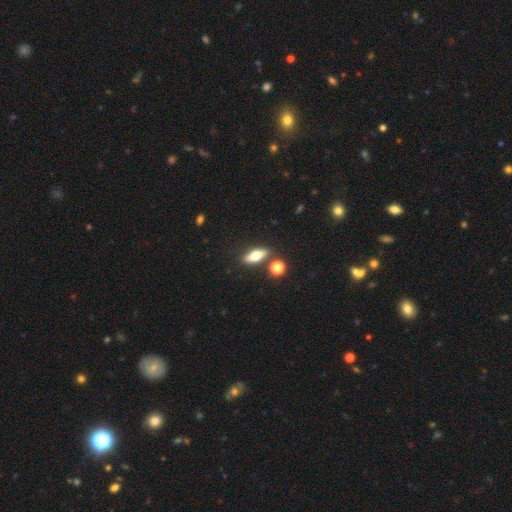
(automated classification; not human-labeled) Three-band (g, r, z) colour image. It shows a smooth galaxy with no disk features (62%) that is in between round and cigar-shaped (61%). Merging: none (77%).